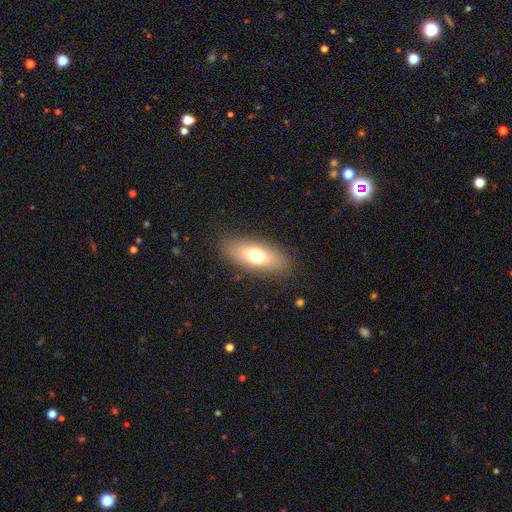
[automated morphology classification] A smooth galaxy with no disk features (67%) that is in between round and cigar-shaped (72%).

Vote fractions:
- Smooth or featured? smooth: 67% / featured or disk: 24% / star or artifact: 9%
- How rounded? in between: 72% / cigar-shaped: 23% / round: 5%
- Merging? none: 85% / minor disturbance: 10% / major disturbance: 4% / merger: 1%